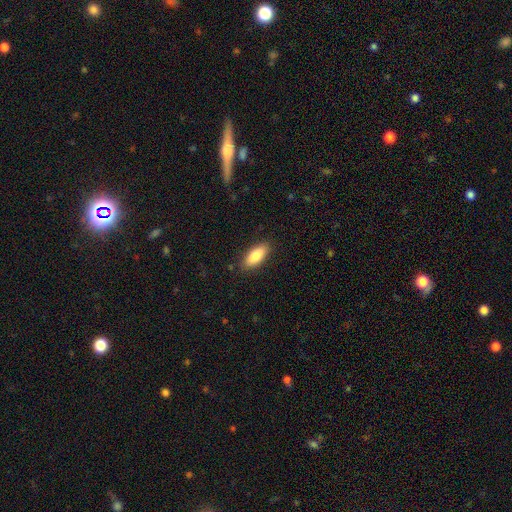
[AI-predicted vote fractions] A smooth galaxy with no disk features (85%) that is in between round and cigar-shaped (80%).

Vote fractions:
- Smooth or featured? smooth: 85% / featured or disk: 9% / star or artifact: 6%
- How rounded? in between: 80% / cigar-shaped: 18% / round: 2%
- Merging? none: 87% / minor disturbance: 10% / major disturbance: 2% / merger: 1%